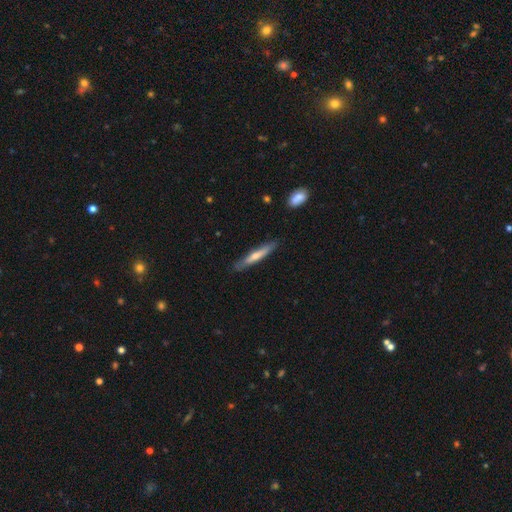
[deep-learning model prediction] This is possibly a smooth galaxy (51%). How rounded: clearly cigar-shaped (93%). Merging: clearly none (85%).